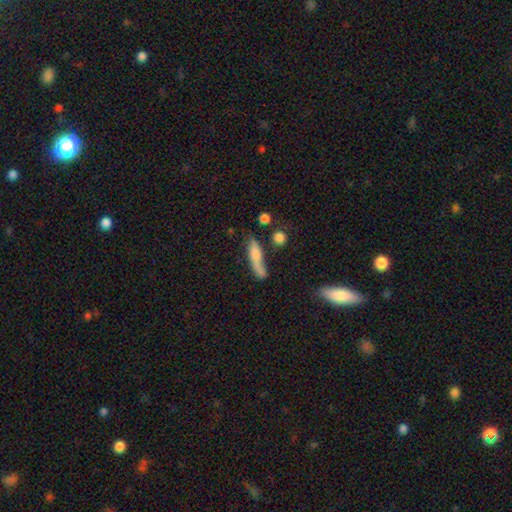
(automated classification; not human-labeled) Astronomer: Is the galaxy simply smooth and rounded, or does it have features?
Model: smooth — 65%.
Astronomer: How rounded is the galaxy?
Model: cigar-shaped — 70%.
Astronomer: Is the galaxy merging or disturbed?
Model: none — 43% (runner-up: minor disturbance, 26%).